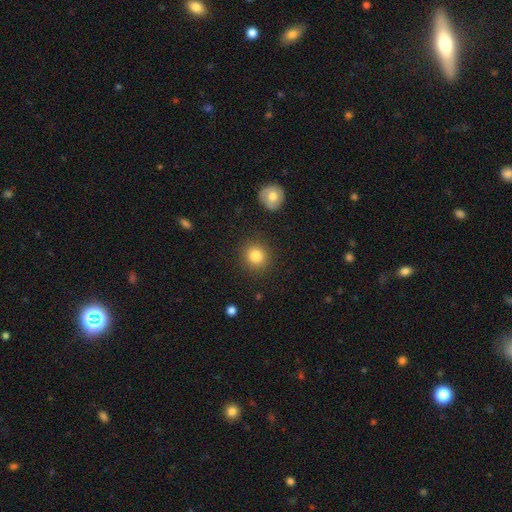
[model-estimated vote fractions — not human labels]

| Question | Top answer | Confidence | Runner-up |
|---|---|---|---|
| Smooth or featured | smooth | 85% | star or artifact (10%) |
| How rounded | round | 89% | in between (10%) |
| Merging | none | 88% | minor disturbance (7%) |